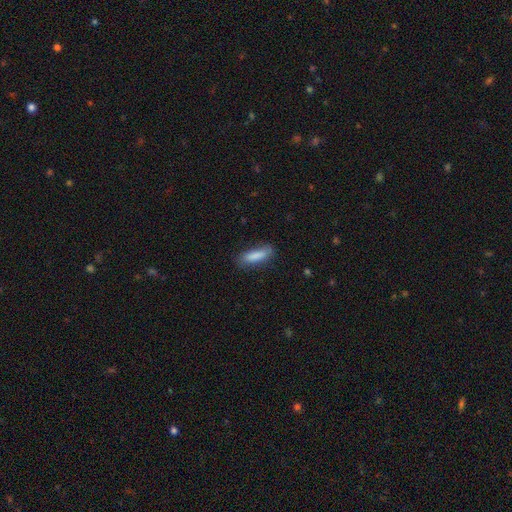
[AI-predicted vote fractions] This appears to be a smooth galaxy with no disk features (84%) that is cigar-shaped (58%). Merging: none (74%).